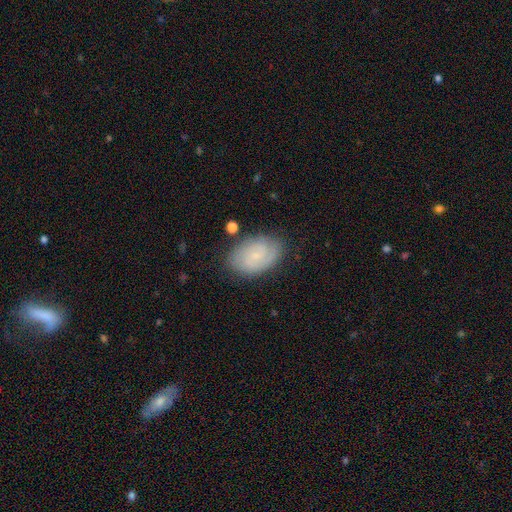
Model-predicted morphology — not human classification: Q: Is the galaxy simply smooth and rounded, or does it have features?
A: featured or disk — 60%.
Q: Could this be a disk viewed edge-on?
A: no — 97%.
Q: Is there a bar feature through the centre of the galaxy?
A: no — 60%.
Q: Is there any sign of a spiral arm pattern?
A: yes — 90%.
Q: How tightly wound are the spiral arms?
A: tight — 53%.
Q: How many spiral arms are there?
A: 2 — 57%.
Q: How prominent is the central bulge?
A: small — 74%.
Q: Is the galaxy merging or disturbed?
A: none — 79%.